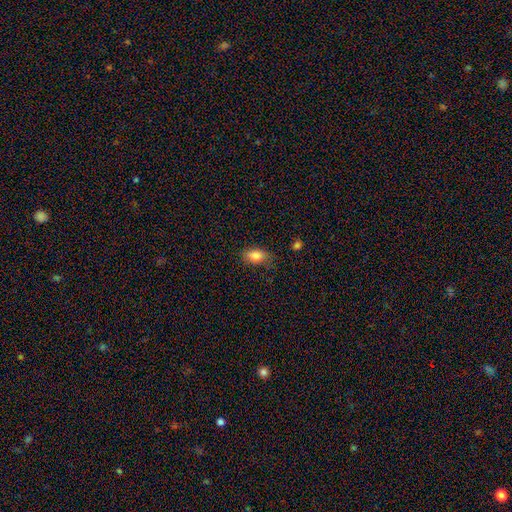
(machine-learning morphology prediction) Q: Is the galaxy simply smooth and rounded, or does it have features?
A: smooth — 83%.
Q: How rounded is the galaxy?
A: in between — 87%.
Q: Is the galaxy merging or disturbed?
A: none — 73%.